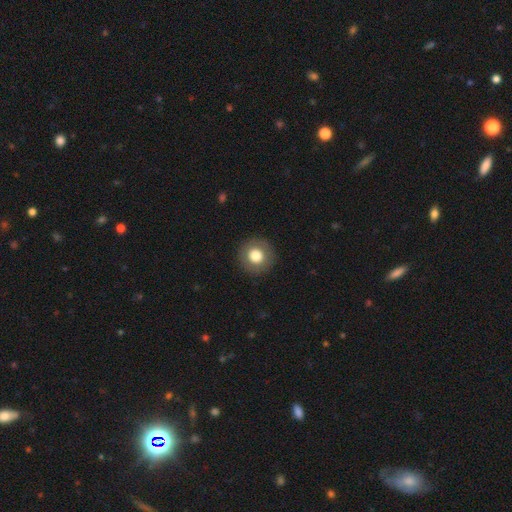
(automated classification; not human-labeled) The model was most divided on "smooth or featured": smooth: 78%, featured or disk: 13%, star or artifact: 9%. More confident: how rounded — round (94%); merging — none (91%).